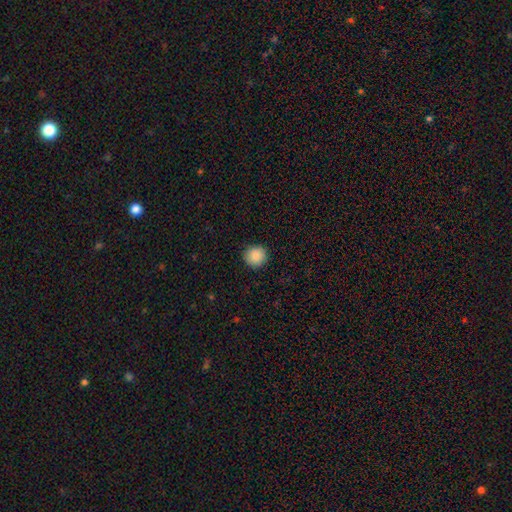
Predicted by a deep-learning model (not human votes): smooth_or_featured: smooth (p=0.87) [alt: star or artifact p=0.09]
how_rounded: round (p=0.93) [alt: in between p=0.06]
merging: none (p=0.90) [alt: minor disturbance p=0.07]